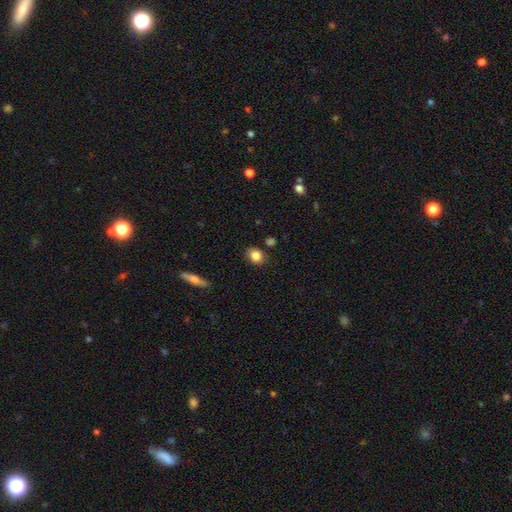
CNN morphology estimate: smooth_or_featured: smooth (p=0.85) [alt: star or artifact p=0.09]
how_rounded: round (p=0.53) [alt: in between p=0.46]
merging: none (p=0.83) [alt: minor disturbance p=0.11]